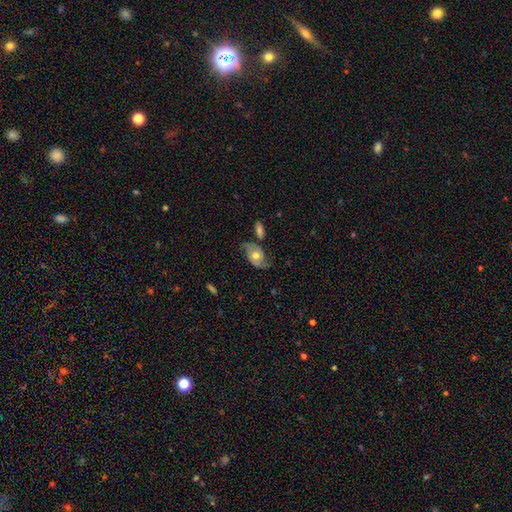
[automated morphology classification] Smooth or featured: featured or disk — 75% (smooth — 19%)
Edge-on disk: no — 96% (yes — 4%)
Bar: no — 72% (weak — 23%)
Spiral arms: yes — 92% (no — 8%)
Spiral winding: loose — 45% (medium — 39%)
Spiral arm count: 2 — 90% (can't tell — 4%)
Bulge size: moderate — 73% (small — 17%)
Merging: none — 65% (minor disturbance — 20%)